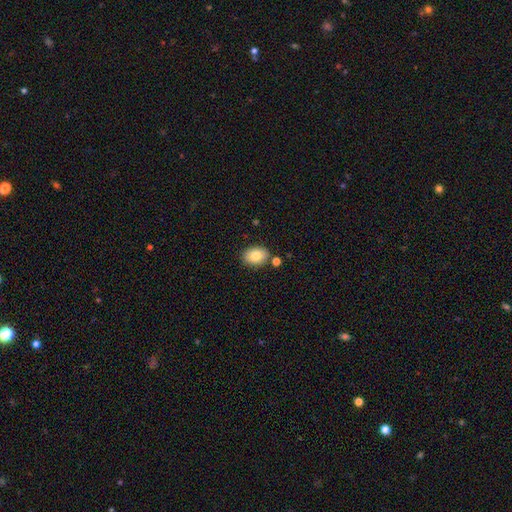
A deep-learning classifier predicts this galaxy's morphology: This is clearly a smooth galaxy (83%). How rounded: likely in between (76%). Merging: clearly none (82%).